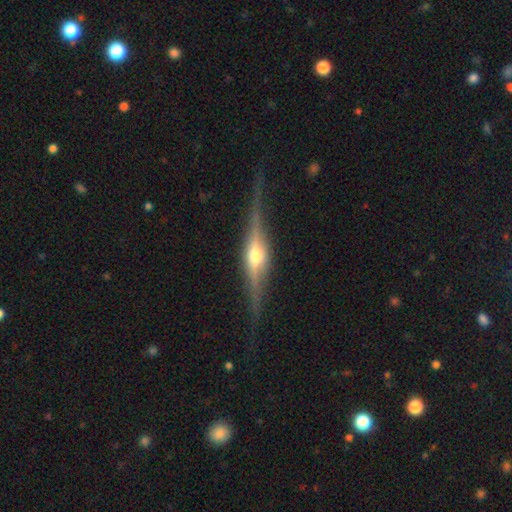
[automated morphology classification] This is clearly a featured or disk galaxy (85%). It is clearly viewed edge-on (97%). Edge-on bulge: clearly rounded (91%). Merging: clearly none (84%).